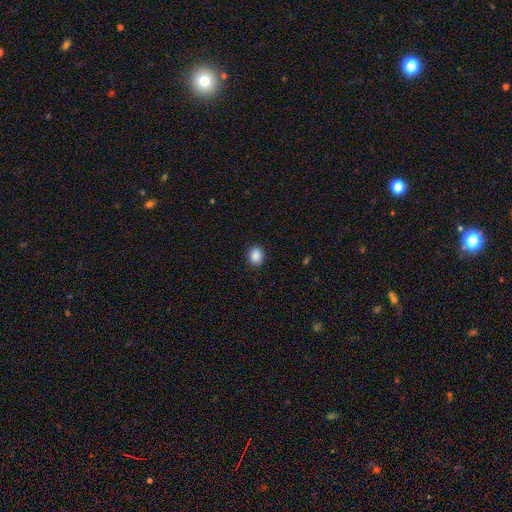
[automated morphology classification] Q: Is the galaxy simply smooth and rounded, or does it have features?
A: smooth — 88%.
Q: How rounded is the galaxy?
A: round — 61%.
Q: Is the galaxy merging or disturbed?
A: none — 90%.